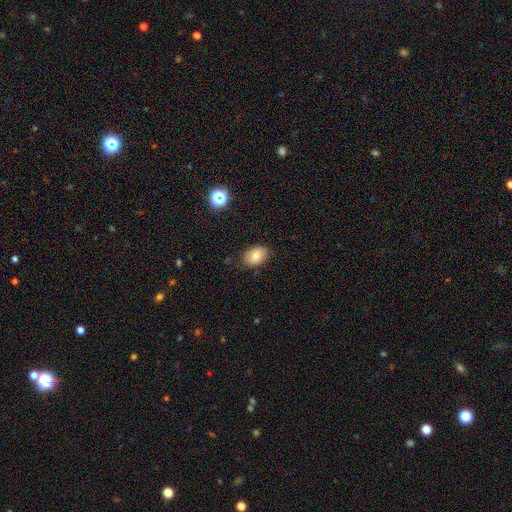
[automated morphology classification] A smooth galaxy with no disk features (80%) that is in between round and cigar-shaped (83%). Merging: none (82%).